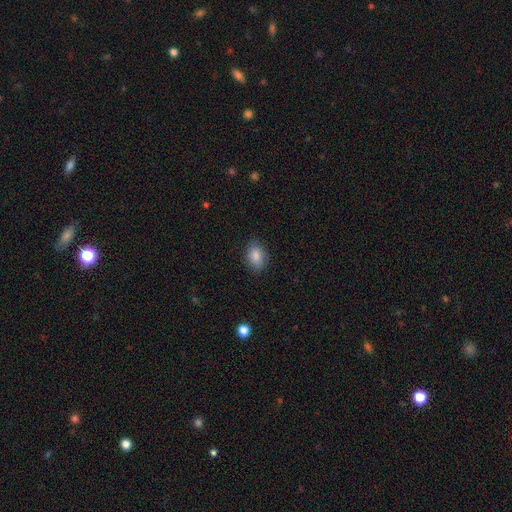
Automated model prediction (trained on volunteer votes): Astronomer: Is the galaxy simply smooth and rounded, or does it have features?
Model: smooth — 86%.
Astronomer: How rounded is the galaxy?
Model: in between — 82%.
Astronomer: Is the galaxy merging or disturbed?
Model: none — 85%.